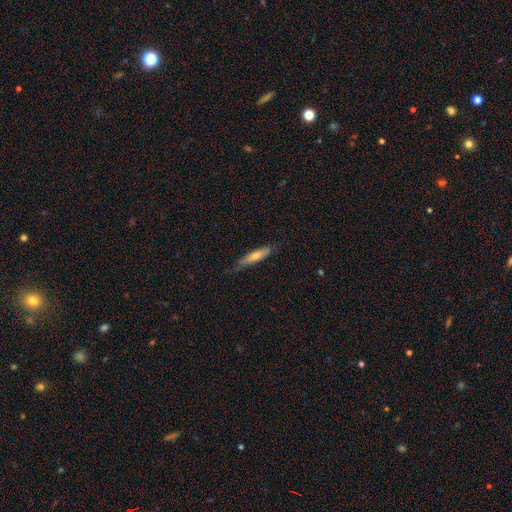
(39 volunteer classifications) Smooth or featured? featured or disk (51%)
Edge-on disk? yes (90%)
Edge-on bulge? rounded (50%)
Merging? none (76%)